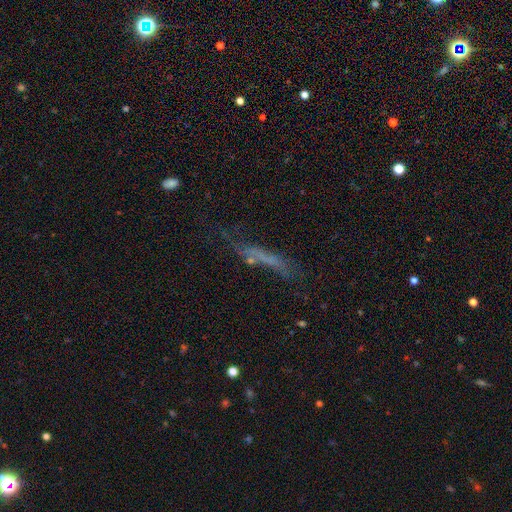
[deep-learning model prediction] Smooth or featured: smooth — 44% (featured or disk — 38%)
Merging: none — 45% (major disturbance — 23%)